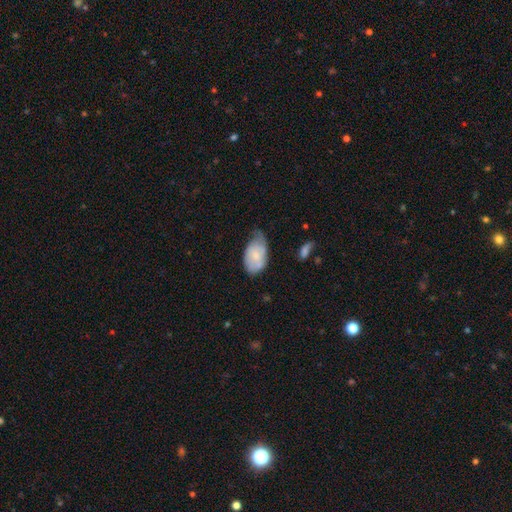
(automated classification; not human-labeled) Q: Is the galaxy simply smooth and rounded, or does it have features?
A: smooth — 64%.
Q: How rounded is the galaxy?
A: in between — 93%.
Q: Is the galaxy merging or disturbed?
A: minor disturbance — 48%.